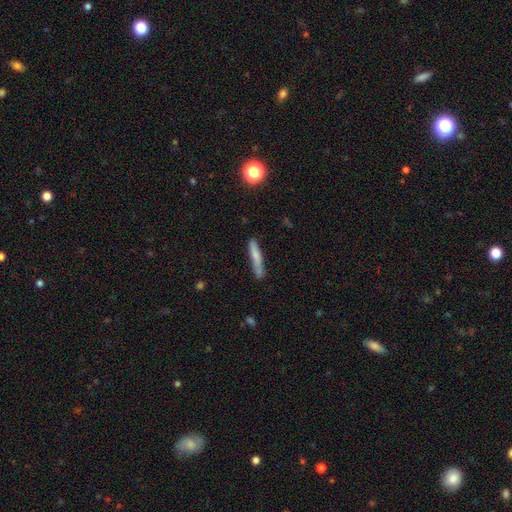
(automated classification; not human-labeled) Q: Smooth or featured?
A: smooth (68%); runner-up: featured or disk (25%)
Q: How rounded?
A: cigar-shaped (92%); runner-up: in between (7%)
Q: Merging?
A: none (70%); runner-up: minor disturbance (19%)